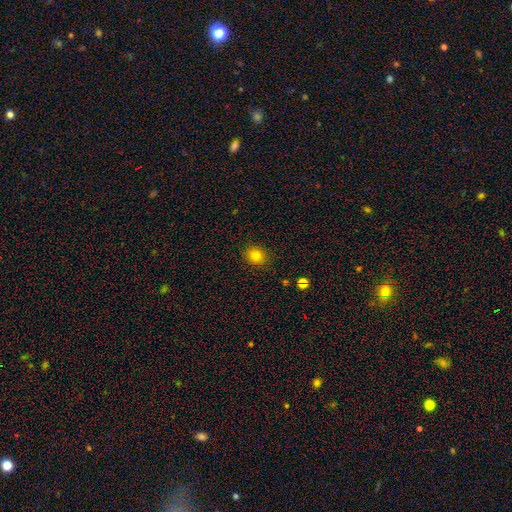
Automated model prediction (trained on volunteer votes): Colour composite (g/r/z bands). It shows a smooth galaxy with no disk features (81%) that is round (79%). Merging: none (90%).